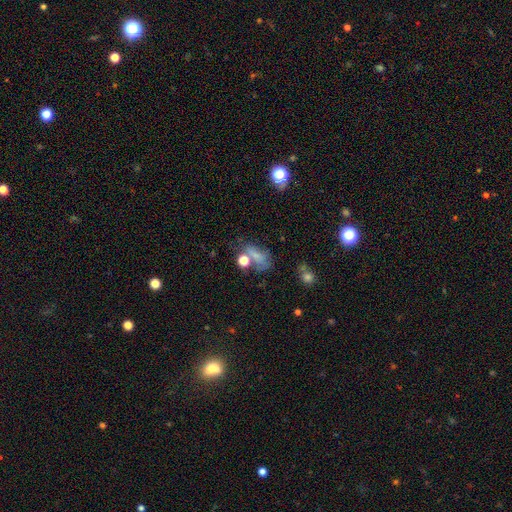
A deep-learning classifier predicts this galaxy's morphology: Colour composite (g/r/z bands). It shows a smooth galaxy with no disk features (56%) that is in between round and cigar-shaped (68%). Merging: none (40%).